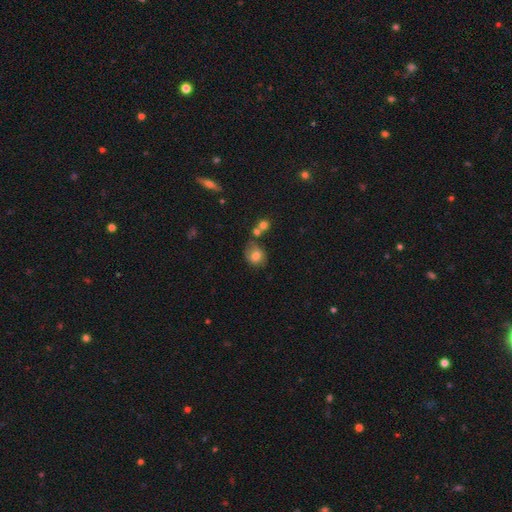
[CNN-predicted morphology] This is likely a smooth galaxy (71%). How rounded: possibly round (56%). Merging: possibly none (54%).